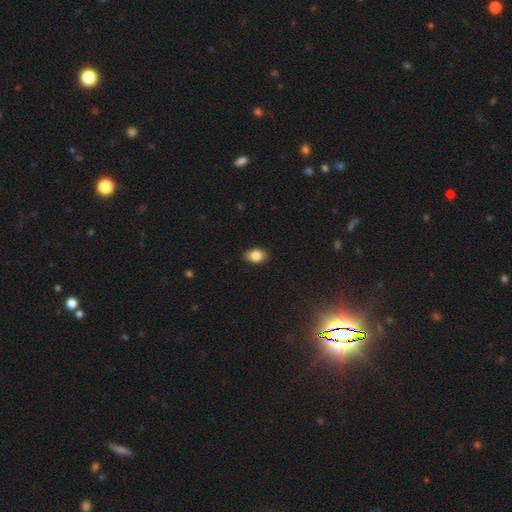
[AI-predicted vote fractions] This is clearly a smooth galaxy (82%). How rounded: clearly in between (86%). Merging: clearly none (87%).